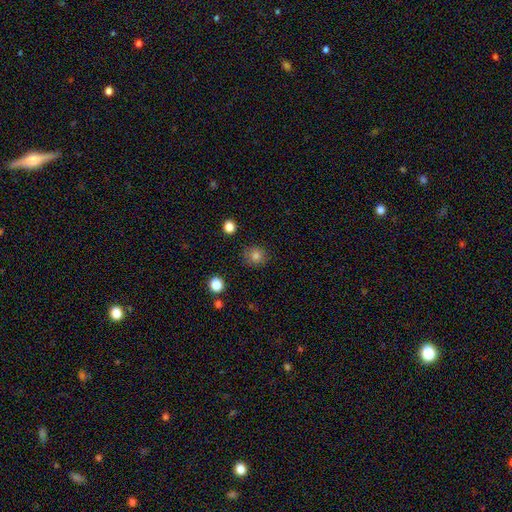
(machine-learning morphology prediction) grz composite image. It shows a smooth galaxy with no disk features (81%) that is round (88%). Merging: none (85%).